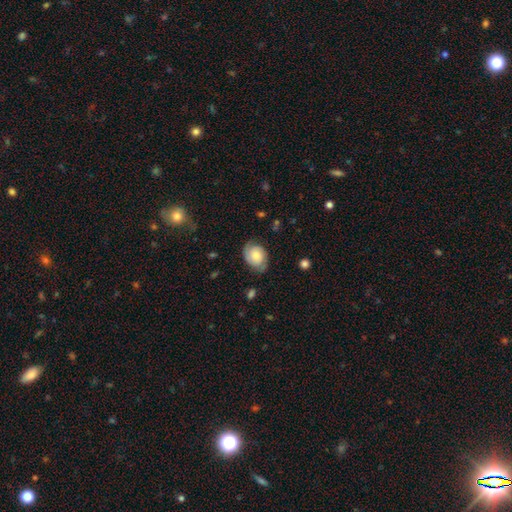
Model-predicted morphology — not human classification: Q: Smooth or featured?
A: smooth (51%); runner-up: featured or disk (41%)
Q: How rounded?
A: in between (66%); runner-up: round (33%)
Q: Merging?
A: none (67%); runner-up: minor disturbance (24%)